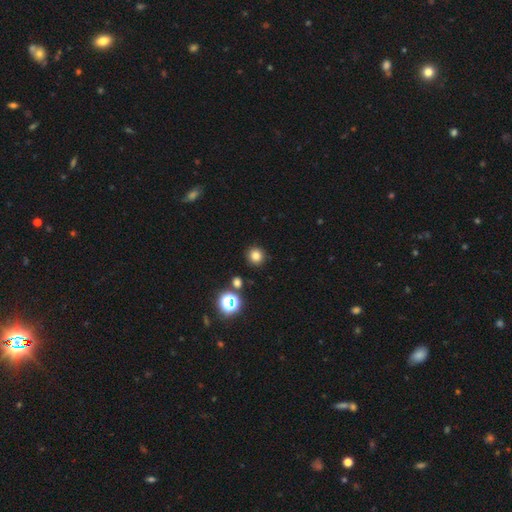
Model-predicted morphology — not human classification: A smooth galaxy with no disk features (78%) that is round (93%). Merging: none (90%).